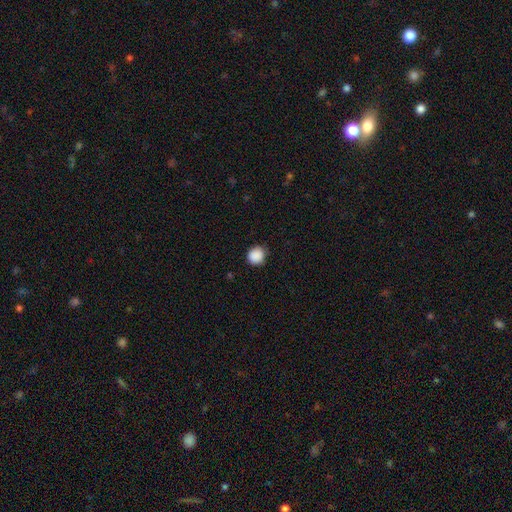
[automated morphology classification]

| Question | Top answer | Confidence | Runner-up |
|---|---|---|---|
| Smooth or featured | smooth | 89% | star or artifact (8%) |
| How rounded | round | 88% | in between (11%) |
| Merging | none | 84% | minor disturbance (12%) |